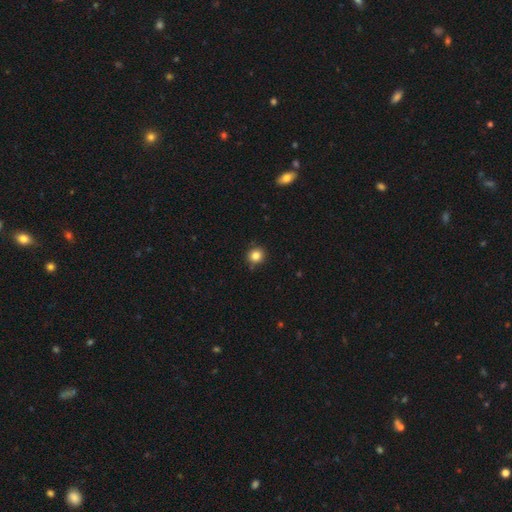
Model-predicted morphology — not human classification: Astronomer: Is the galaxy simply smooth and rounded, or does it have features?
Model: smooth — 84%.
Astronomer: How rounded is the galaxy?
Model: round — 91%.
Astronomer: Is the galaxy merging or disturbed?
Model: none — 87%.